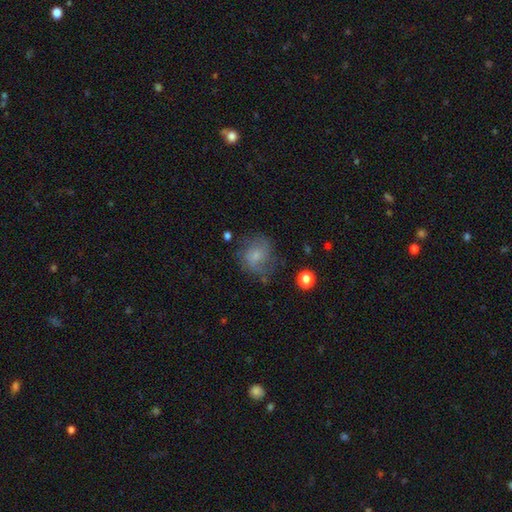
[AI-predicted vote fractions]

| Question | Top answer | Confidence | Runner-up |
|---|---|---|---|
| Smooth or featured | smooth | 57% | featured or disk (32%) |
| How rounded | round | 71% | in between (28%) |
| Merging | none | 57% | minor disturbance (25%) |